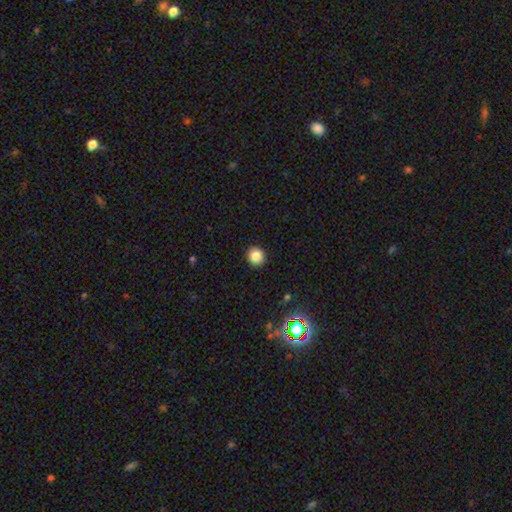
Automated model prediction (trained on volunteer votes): Overall: smooth (84%). How rounded: round (91%). Merging: none (93%).